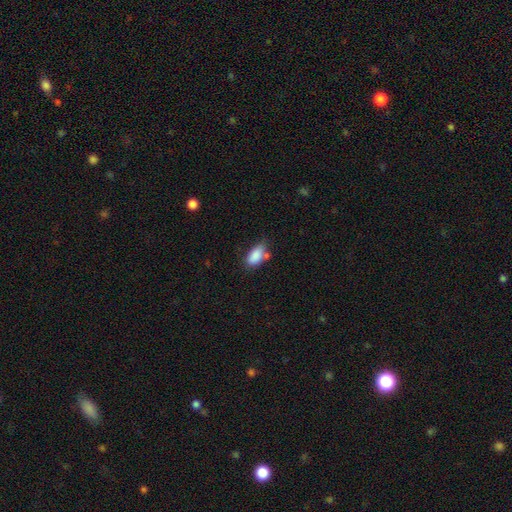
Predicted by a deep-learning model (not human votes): A smooth galaxy with no disk features (85%) that is in between round and cigar-shaped (91%). Merging: none (53%).